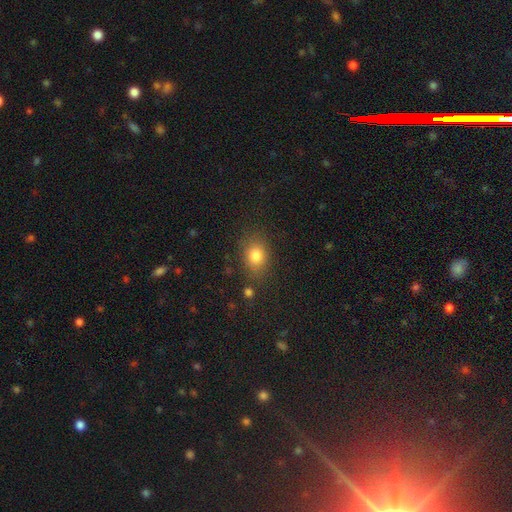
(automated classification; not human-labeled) Smooth or featured?
  - smooth: 81% *
  - star or artifact: 12%
  - featured or disk: 7%
How rounded?
  - in between: 54% *
  - round: 45%
  - cigar-shaped: 1%
Merging?
  - none: 78% *
  - minor disturbance: 14%
  - major disturbance: 5%
  - merger: 3%